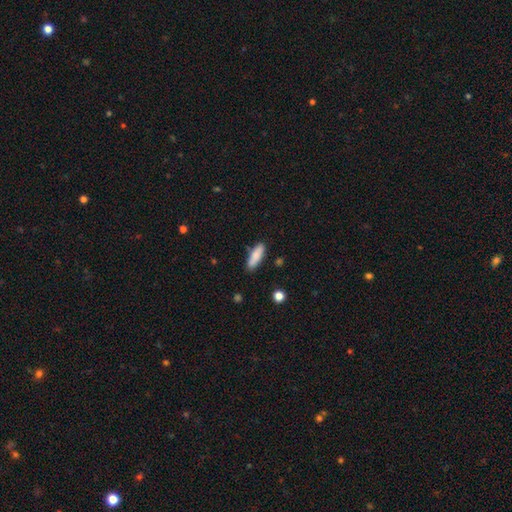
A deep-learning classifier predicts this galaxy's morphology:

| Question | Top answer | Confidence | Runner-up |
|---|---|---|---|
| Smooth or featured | smooth | 82% | featured or disk (12%) |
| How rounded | cigar-shaped | 51% | in between (47%) |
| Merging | none | 82% | minor disturbance (13%) |